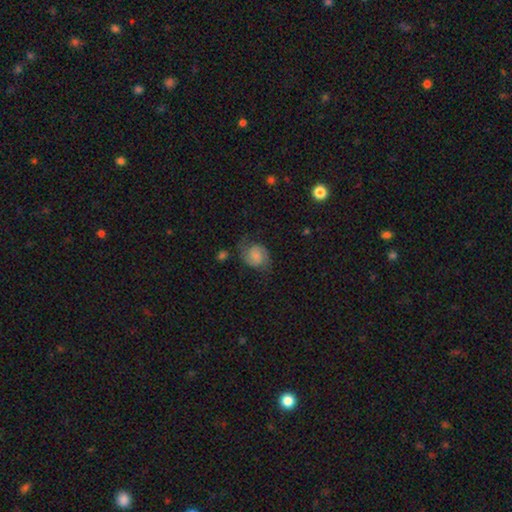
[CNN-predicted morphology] Smooth or featured? Predicted: featured or disk (p=0.65). Edge-on disk? Predicted: no (p=0.98). Bar? Predicted: no (p=0.64). Spiral arms? Predicted: yes (p=0.94). Spiral winding? Predicted: medium (p=0.47). Spiral arm count? Predicted: 2 (p=0.90). Bulge size? Predicted: small (p=0.49). Merging? Predicted: none (p=0.65).